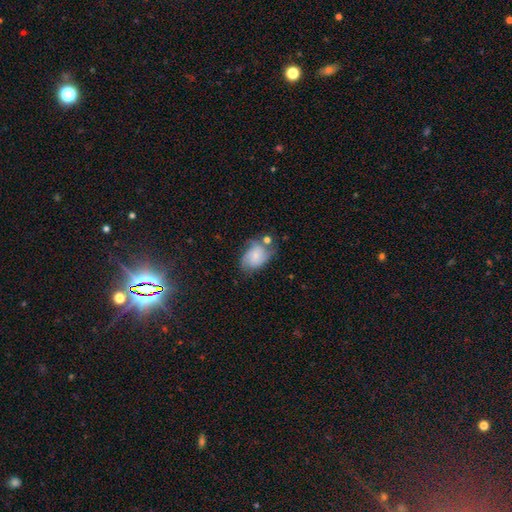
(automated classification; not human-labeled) Smooth or featured?
  - smooth: 53% *
  - featured or disk: 39%
  - star or artifact: 9%
How rounded?
  - in between: 75% *
  - round: 24%
  - cigar-shaped: 1%
Merging?
  - none: 40% *
  - minor disturbance: 30%
  - major disturbance: 16%
  - merger: 14%